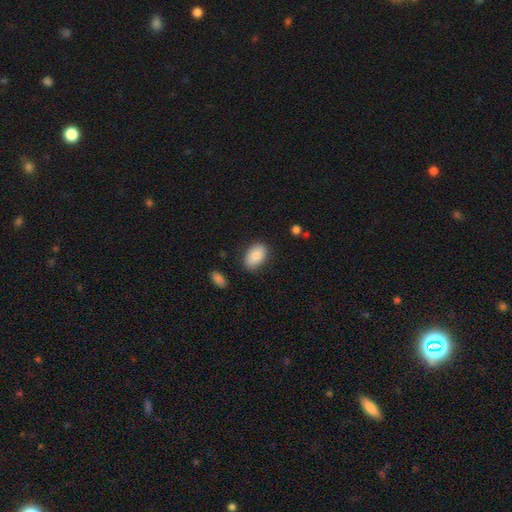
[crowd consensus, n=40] smooth_or_featured: smooth (p=0.82) [alt: featured or disk p=0.12]
how_rounded: in between (p=0.88) [alt: round p=0.12]
merging: none (p=0.84) [alt: minor disturbance p=0.16]